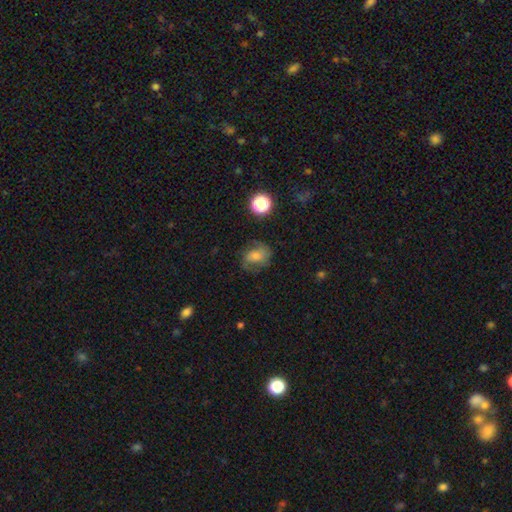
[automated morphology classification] Smooth or featured?
  - featured or disk: 47% *
  - smooth: 39%
  - star or artifact: 15%
Merging?
  - none: 67% *
  - minor disturbance: 20%
  - major disturbance: 10%
  - merger: 2%